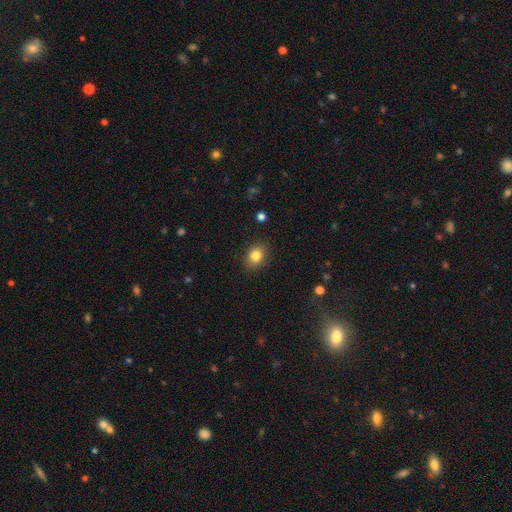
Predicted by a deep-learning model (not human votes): A smooth galaxy with no disk features (84%) that is in between round and cigar-shaped (55%).

Vote fractions:
- Smooth or featured? smooth: 84% / star or artifact: 10% / featured or disk: 6%
- How rounded? in between: 55% / round: 44% / cigar-shaped: 1%
- Merging? none: 88% / minor disturbance: 8% / major disturbance: 2% / merger: 1%